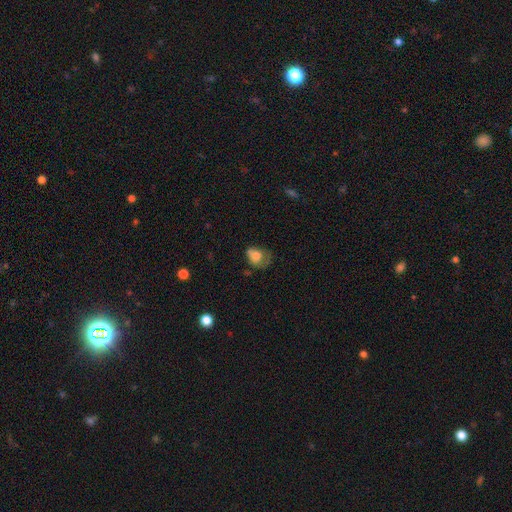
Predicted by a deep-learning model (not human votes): Morphology: type=smooth (68%); roundness=in between (62%); merging=major disturbance (35%).